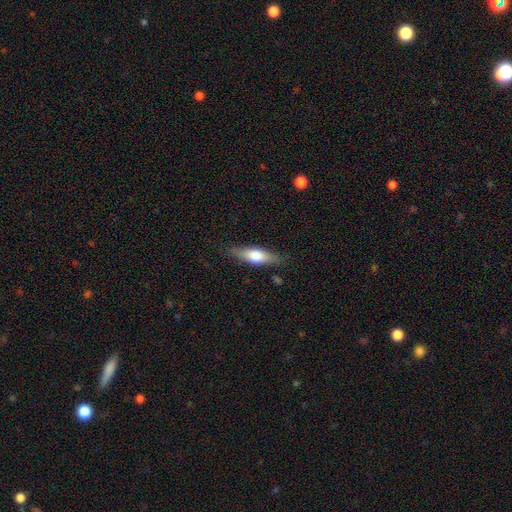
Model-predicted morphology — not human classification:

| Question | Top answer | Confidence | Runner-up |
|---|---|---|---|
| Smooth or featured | smooth | 57% | featured or disk (37%) |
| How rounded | in between | 50% | cigar-shaped (47%) |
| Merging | none | 81% | minor disturbance (14%) |